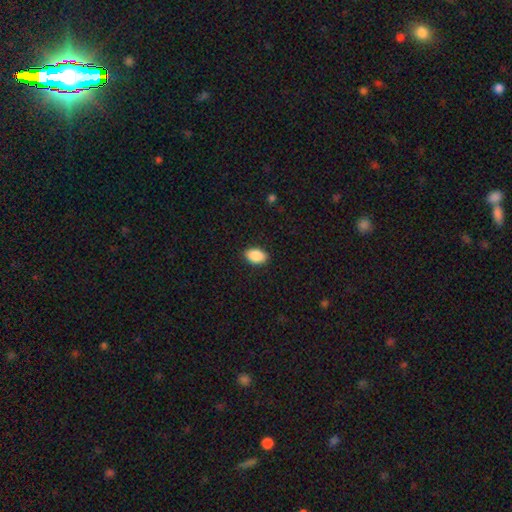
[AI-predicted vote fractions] A smooth galaxy with no disk features (89%) that is in between round and cigar-shaped (89%).

Vote fractions:
- Smooth or featured? smooth: 89% / star or artifact: 7% / featured or disk: 4%
- How rounded? in between: 89% / round: 9% / cigar-shaped: 1%
- Merging? none: 88% / minor disturbance: 9% / major disturbance: 2% / merger: 1%